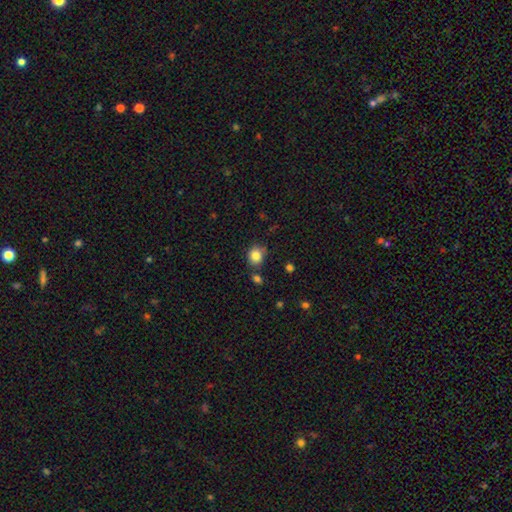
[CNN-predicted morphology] Smooth or featured?
  - smooth: 84% *
  - star or artifact: 10%
  - featured or disk: 6%
How rounded?
  - round: 68% *
  - in between: 32%
  - cigar-shaped: 1%
Merging?
  - none: 75% *
  - minor disturbance: 14%
  - merger: 8%
  - major disturbance: 3%